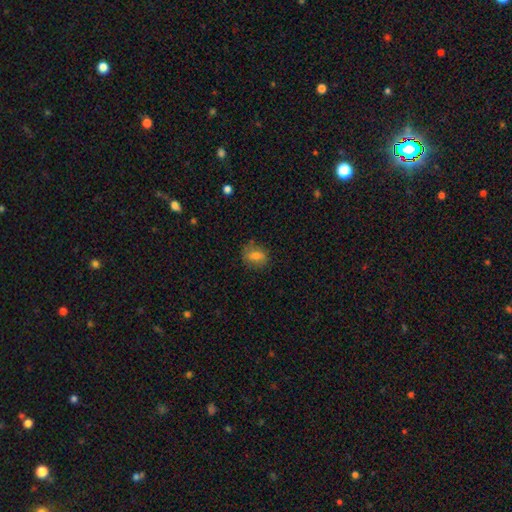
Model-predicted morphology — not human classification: This appears to be a smooth galaxy with no disk features (74%) that is in between round and cigar-shaped (55%). Merging: none (77%).